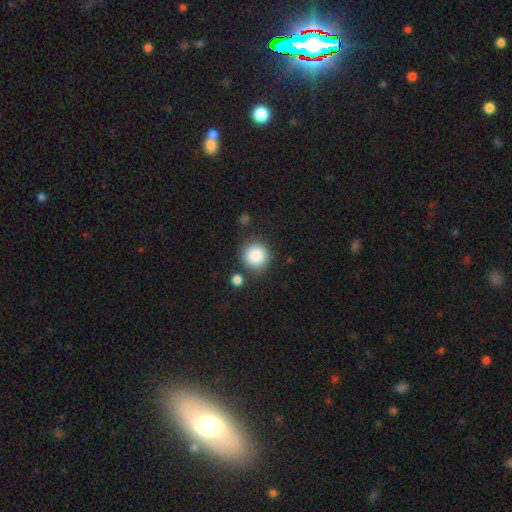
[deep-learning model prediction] Overall: smooth (87%). How rounded: round (93%). Merging: none (82%).